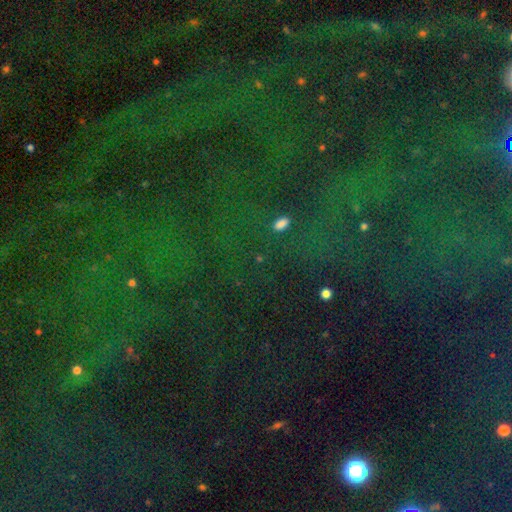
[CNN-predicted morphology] Smooth or featured? Predicted: star or artifact (p=0.80).